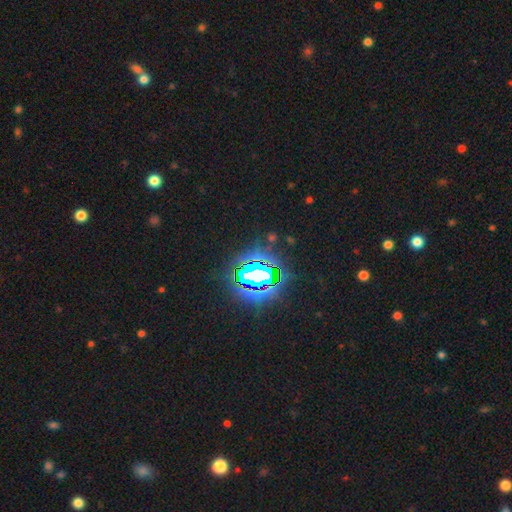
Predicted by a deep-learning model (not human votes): Morphology: type=star or artifact (84%).